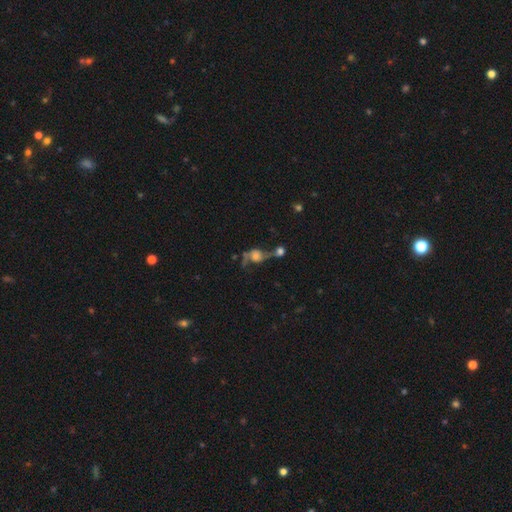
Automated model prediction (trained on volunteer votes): Morphology: type=featured or disk (54%); edge-on=no (93%); bar=no (74%); spiral arms=yes (78%); bulge=large (28%); merging=merger (45%).